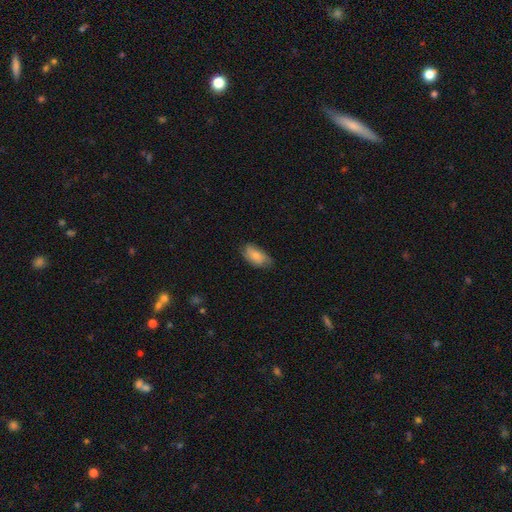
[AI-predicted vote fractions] Q: Smooth or featured?
A: smooth (78%); runner-up: featured or disk (15%)
Q: How rounded?
A: in between (92%); runner-up: cigar-shaped (5%)
Q: Merging?
A: none (67%); runner-up: minor disturbance (27%)